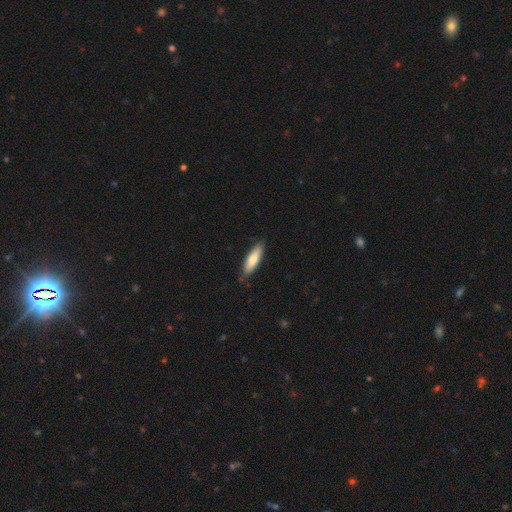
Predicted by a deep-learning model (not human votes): smooth 73%, featured or disk 22%, star or artifact 5%. Down the decision tree: how rounded — cigar-shaped (59%); merging — none (84%).